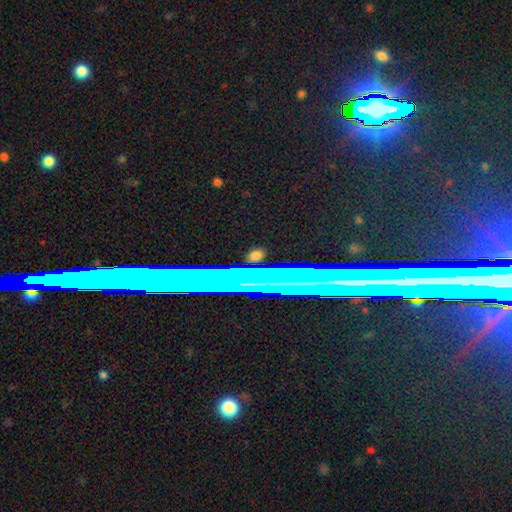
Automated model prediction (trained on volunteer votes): star or artifact 57%, smooth 29%, featured or disk 14%.